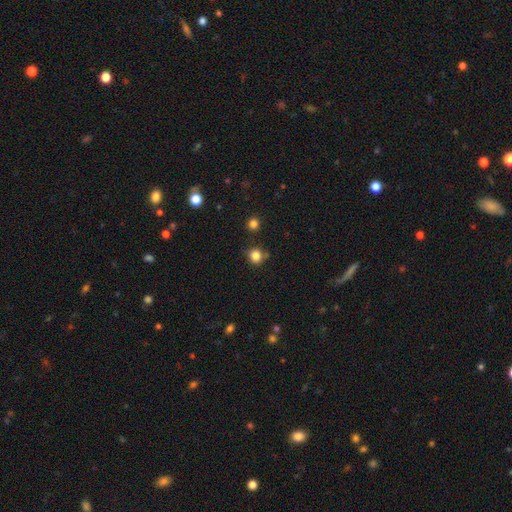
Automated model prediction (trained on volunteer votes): Q: Smooth or featured?
A: smooth (83%); runner-up: star or artifact (13%)
Q: How rounded?
A: round (88%); runner-up: in between (11%)
Q: Merging?
A: none (76%); runner-up: minor disturbance (13%)